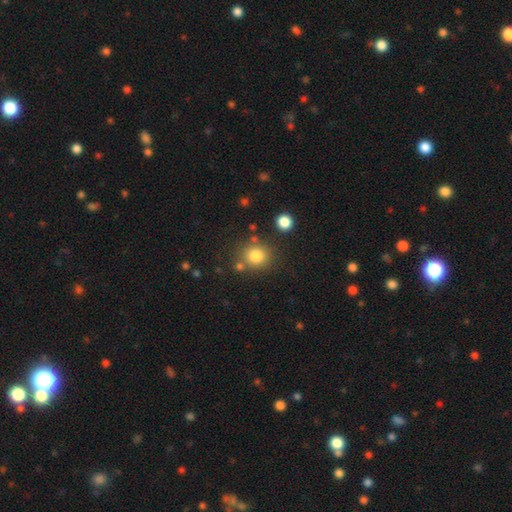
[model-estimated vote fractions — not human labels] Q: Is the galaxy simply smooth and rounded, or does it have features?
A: smooth — 82%.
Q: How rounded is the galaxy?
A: round — 83%.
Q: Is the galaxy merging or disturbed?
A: none — 75%.